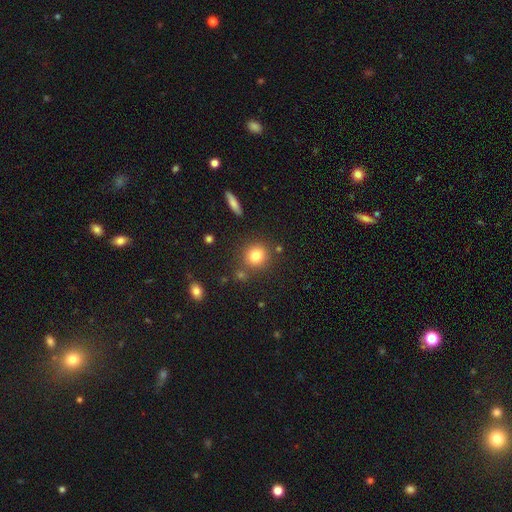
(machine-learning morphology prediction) smooth-or-featured: smooth: 81% | star or artifact: 11% | featured or disk: 8%
  how-rounded: round: 87% | in between: 12% | cigar-shaped: 1%
  merging: none: 81% | minor disturbance: 9% | merger: 7% | major disturbance: 3%